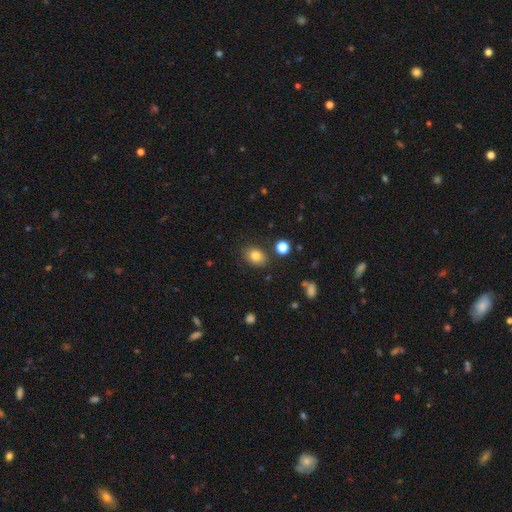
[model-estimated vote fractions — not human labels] This appears to be a smooth galaxy with no disk features (81%) that is in between round and cigar-shaped (64%). Merging: none (83%).